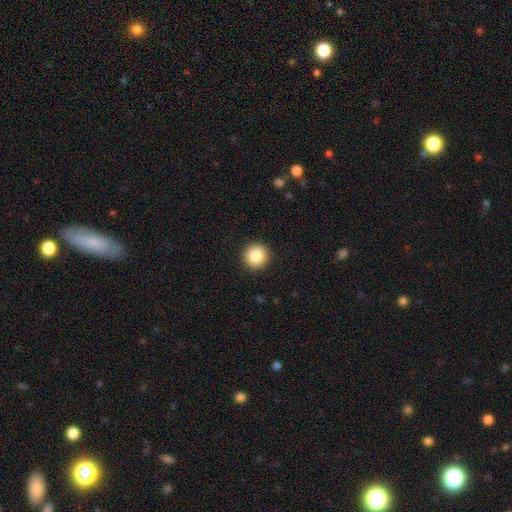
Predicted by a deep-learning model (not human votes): A smooth galaxy with no disk features (85%) that is round (95%). Merging: none (93%).